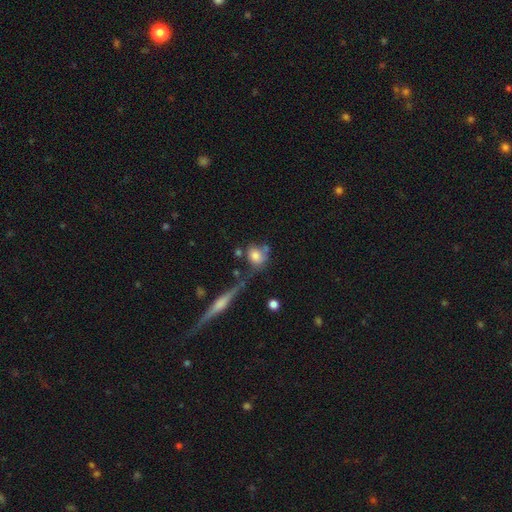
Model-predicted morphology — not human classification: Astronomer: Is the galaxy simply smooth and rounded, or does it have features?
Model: smooth — 75%.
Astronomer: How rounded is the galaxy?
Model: round — 57% (runner-up: in between, 39%).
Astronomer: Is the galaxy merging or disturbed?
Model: none — 48%.